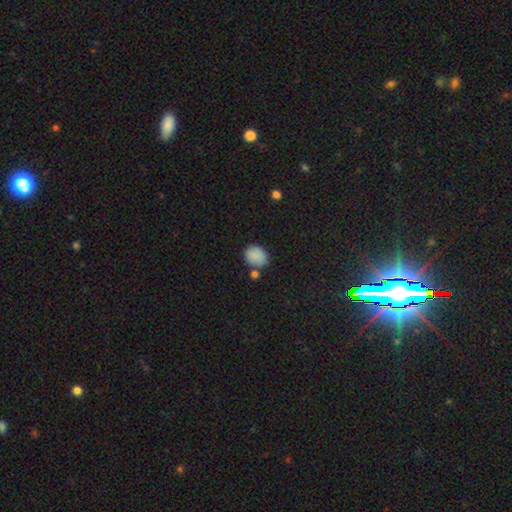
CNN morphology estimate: Smooth or featured? Predicted: smooth (p=0.85). How rounded? Predicted: in between (p=0.56). Merging? Predicted: none (p=0.68).